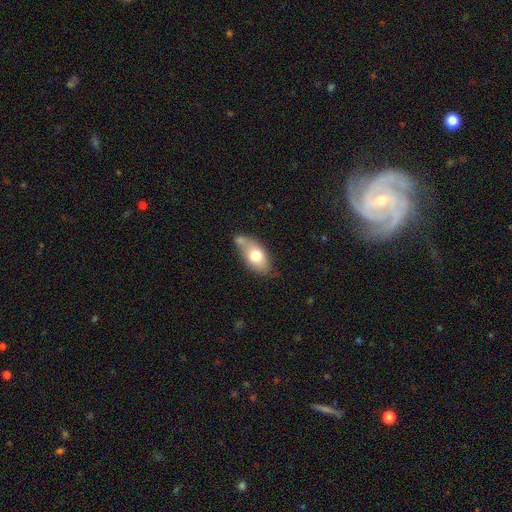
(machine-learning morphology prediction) A smooth galaxy with no disk features (69%) that is in between round and cigar-shaped (87%). Merging: none (46%).